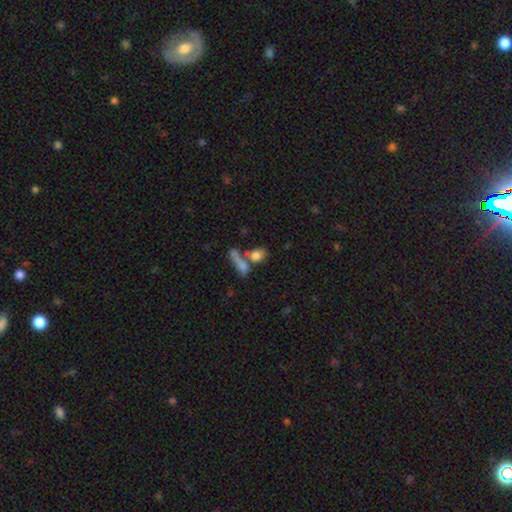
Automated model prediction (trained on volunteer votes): Q: Smooth or featured?
A: smooth (78%); runner-up: featured or disk (13%)
Q: How rounded?
A: in between (55%); runner-up: round (36%)
Q: Merging?
A: none (42%); runner-up: merger (40%)